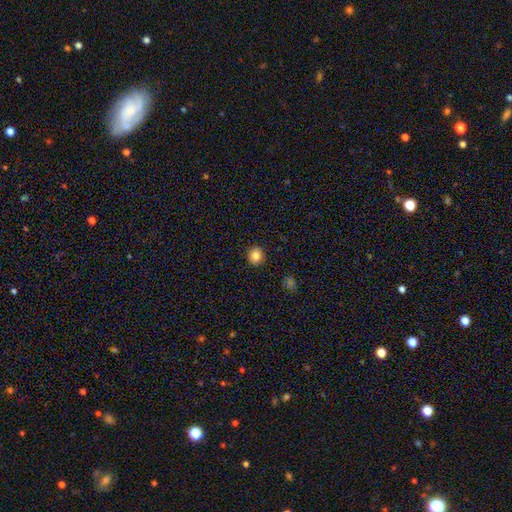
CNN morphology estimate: Smooth or featured? Predicted: smooth (p=0.84). How rounded? Predicted: round (p=0.84). Merging? Predicted: none (p=0.92).